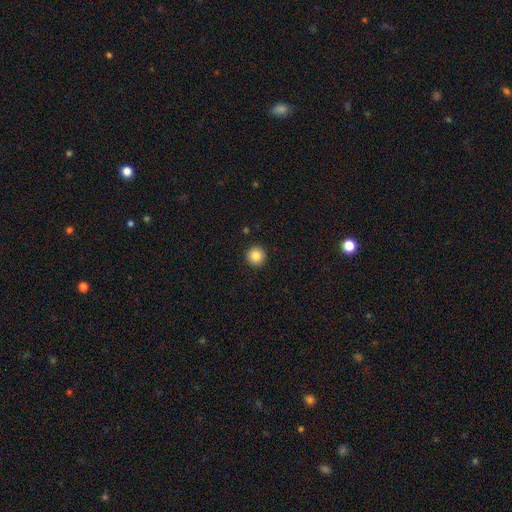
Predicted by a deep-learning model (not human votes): This appears to be a smooth galaxy with no disk features (86%) that is round (96%). Merging: none (93%).